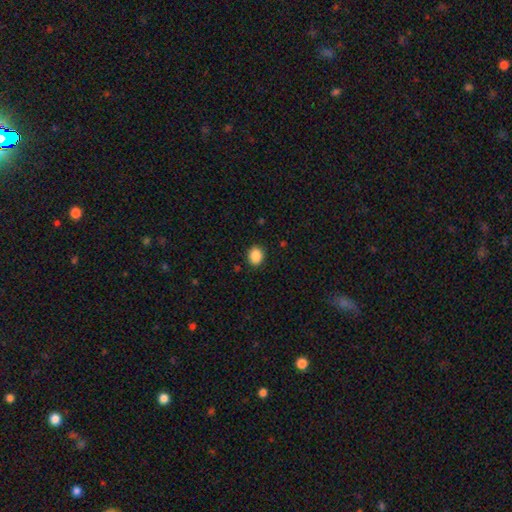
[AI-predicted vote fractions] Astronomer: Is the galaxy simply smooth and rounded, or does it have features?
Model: smooth — 89%.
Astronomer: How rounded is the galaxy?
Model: round — 55% (runner-up: in between, 44%).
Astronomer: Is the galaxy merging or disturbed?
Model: none — 88%.